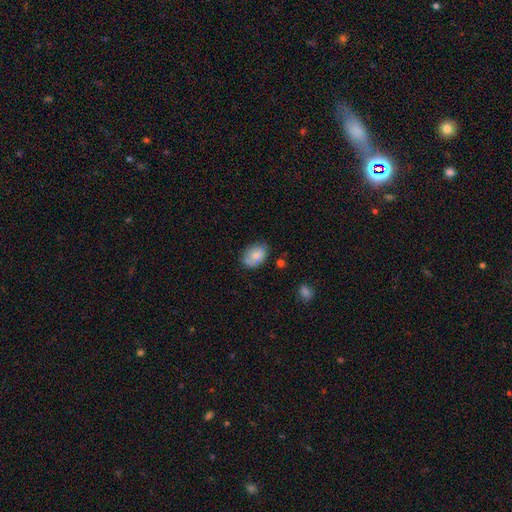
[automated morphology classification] This appears to be a smooth galaxy with no disk features (75%) that is in between round and cigar-shaped (78%). Merging: none (63%).